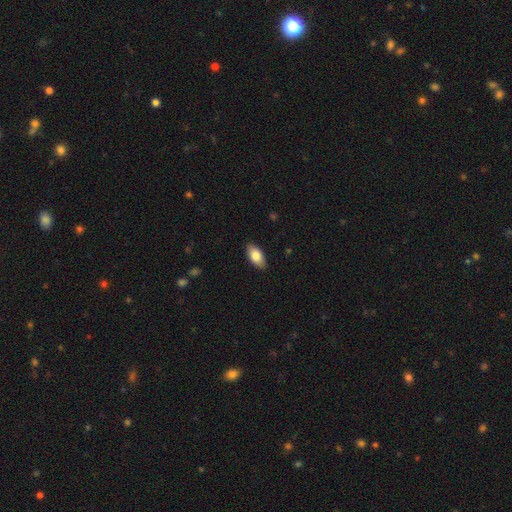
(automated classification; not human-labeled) Smooth or featured?
  - smooth: 81% *
  - featured or disk: 13%
  - star or artifact: 6%
How rounded?
  - in between: 92% *
  - cigar-shaped: 5%
  - round: 3%
Merging?
  - none: 88% *
  - minor disturbance: 9%
  - major disturbance: 2%
  - merger: 1%